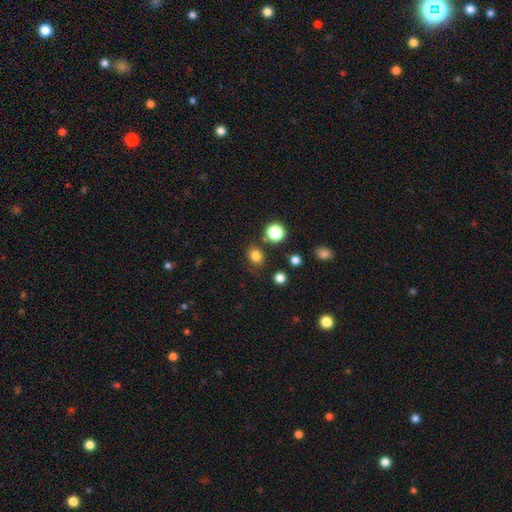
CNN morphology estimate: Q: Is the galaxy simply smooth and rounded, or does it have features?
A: smooth — 80%.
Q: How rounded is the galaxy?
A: round — 67%.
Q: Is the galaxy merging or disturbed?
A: none — 78%.